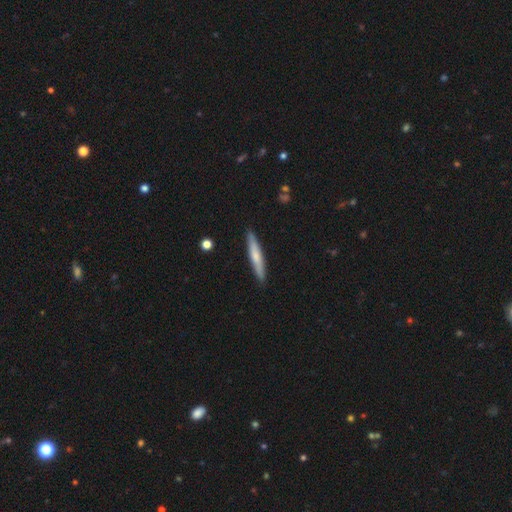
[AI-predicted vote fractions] Smooth or featured? smooth (60%)
How rounded? cigar-shaped (94%)
Merging? none (90%)